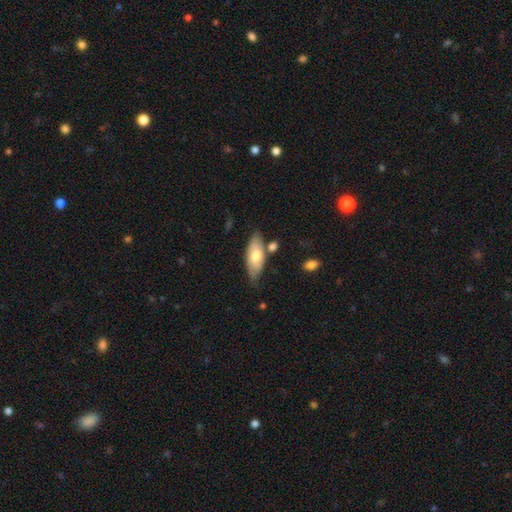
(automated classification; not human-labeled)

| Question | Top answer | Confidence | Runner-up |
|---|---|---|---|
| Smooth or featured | smooth | 60% | featured or disk (35%) |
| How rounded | in between | 80% | cigar-shaped (18%) |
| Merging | none | 65% | minor disturbance (22%) |